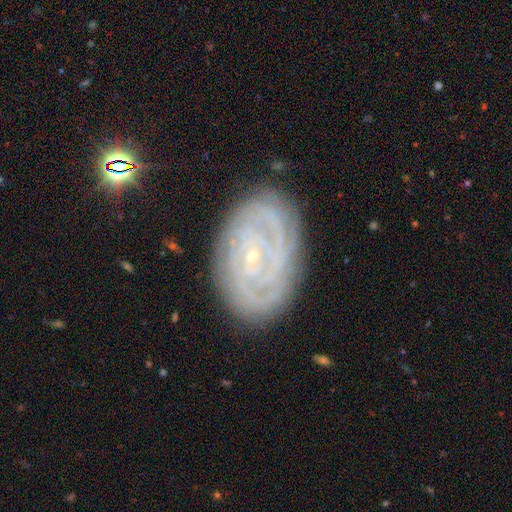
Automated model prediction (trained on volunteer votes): This appears to be a featured or disk galaxy (84%) with no bar (66%), tight (81%) spiral arms (95%) and a small central bulge (87%). Merging: none (82%).